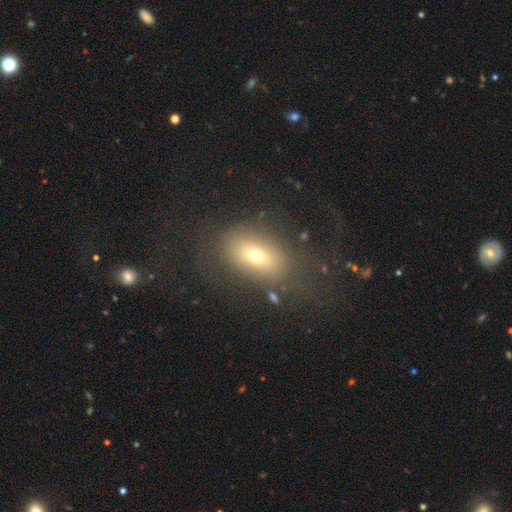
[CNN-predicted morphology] This appears to be a smooth galaxy with no disk features (63%) that is in between round and cigar-shaped (77%). Merging: none (67%).